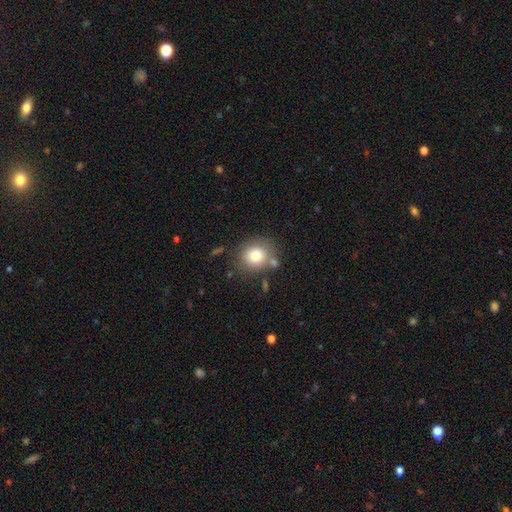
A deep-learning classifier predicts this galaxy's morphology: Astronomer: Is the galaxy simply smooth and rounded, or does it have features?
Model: smooth — 78%.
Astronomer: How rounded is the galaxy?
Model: round — 78%.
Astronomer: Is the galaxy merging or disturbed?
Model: none — 72%.